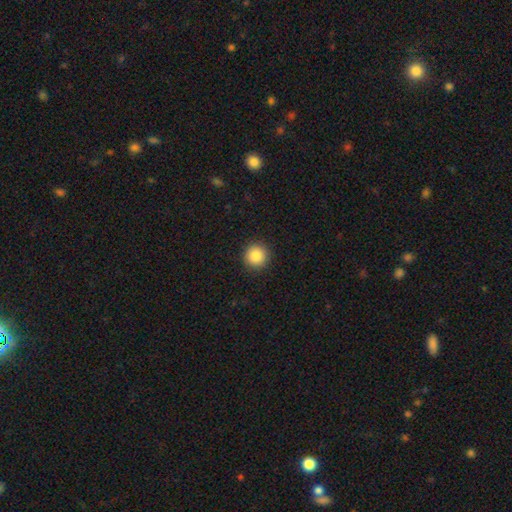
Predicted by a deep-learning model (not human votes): Smooth or featured? smooth (87%)
How rounded? round (95%)
Merging? none (92%)